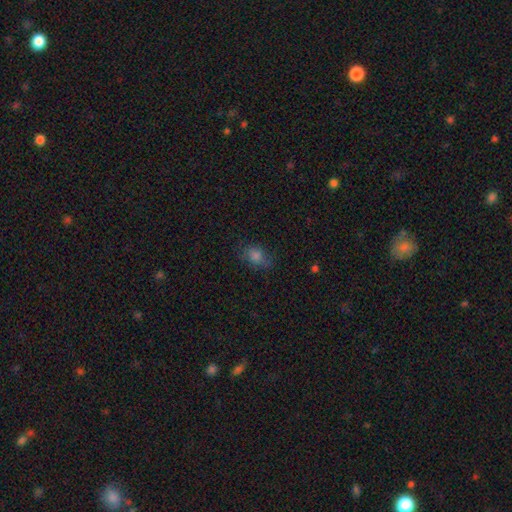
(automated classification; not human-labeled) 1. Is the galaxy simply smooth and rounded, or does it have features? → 75% smooth, 17% star or artifact, 8% featured or disk.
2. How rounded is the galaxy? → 56% in between, 43% round, 2% cigar-shaped.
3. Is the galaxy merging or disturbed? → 72% none, 20% minor disturbance, 7% major disturbance, 2% merger.